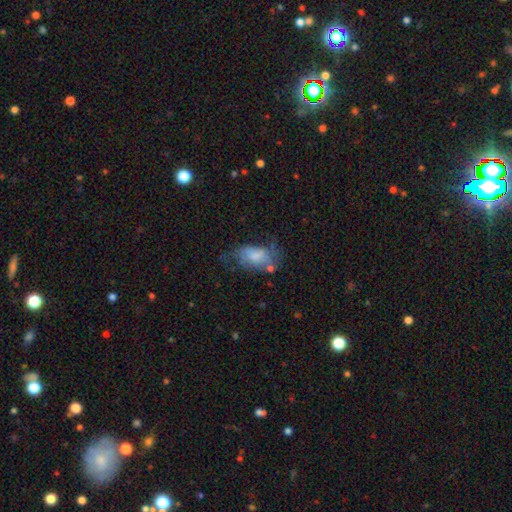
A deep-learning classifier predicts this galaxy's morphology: Smooth or featured: smooth — 59% (featured or disk — 33%)
How rounded: in between — 91% (round — 7%)
Merging: none — 33% (minor disturbance — 30%)